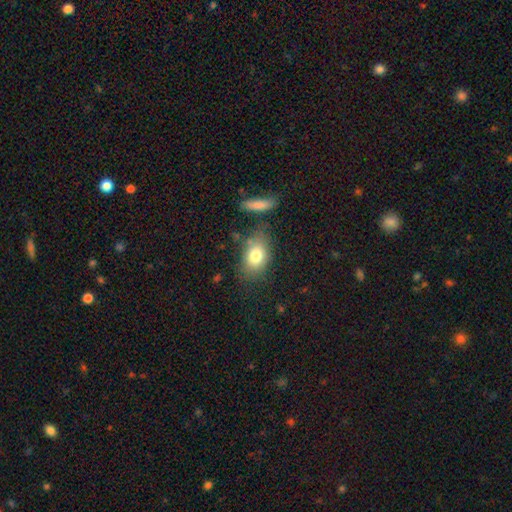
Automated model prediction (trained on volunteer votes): smooth 79%, featured or disk 13%, star or artifact 8%. Down the decision tree: how rounded — in between (80%); merging — none (69%).